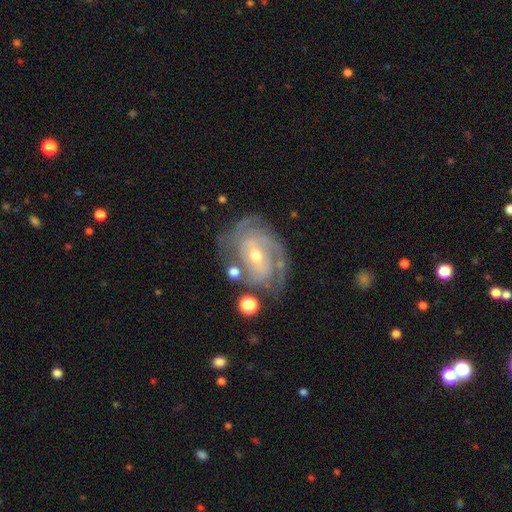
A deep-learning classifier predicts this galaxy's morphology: A featured or disk galaxy (87%) with a weak bar (44%), 2 (30%) tight (63%) spiral arms (95%) and a small central bulge (50%).

Vote fractions:
- Smooth or featured? featured or disk: 87% / smooth: 7% / star or artifact: 6%
- Edge-on disk? no: 97% / yes: 3%
- Bar? weak: 44% / no: 37% / strong: 19%
- Spiral arms? yes: 95% / no: 5%
- Spiral winding? tight: 63% / medium: 30% / loose: 7%
- Spiral arm count? 2: 30% / 3: 26% / can't tell: 26% / 4: 8% / 1: 5% / more than 4: 4%
- Bulge size? small: 50% / moderate: 47% / large: 2% / none: 1% / dominant: 1%
- Merging? none: 67% / minor disturbance: 19% / major disturbance: 9% / merger: 5%